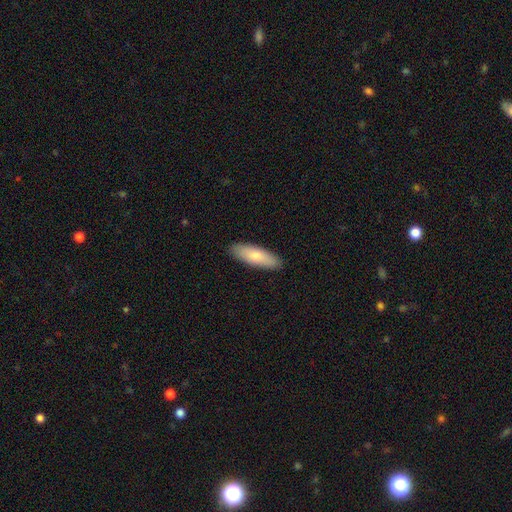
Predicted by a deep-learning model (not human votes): Smooth or featured: smooth — 77% (featured or disk — 18%)
How rounded: in between — 51% (cigar-shaped — 47%)
Merging: none — 90% (minor disturbance — 8%)